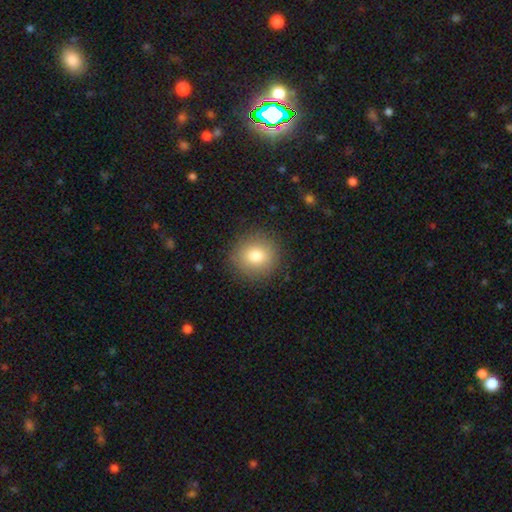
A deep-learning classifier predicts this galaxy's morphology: smooth-or-featured: smooth: 79% | featured or disk: 10% | star or artifact: 10%
  how-rounded: round: 92% | in between: 7% | cigar-shaped: 1%
  merging: none: 89% | minor disturbance: 7% | major disturbance: 3% | merger: 1%